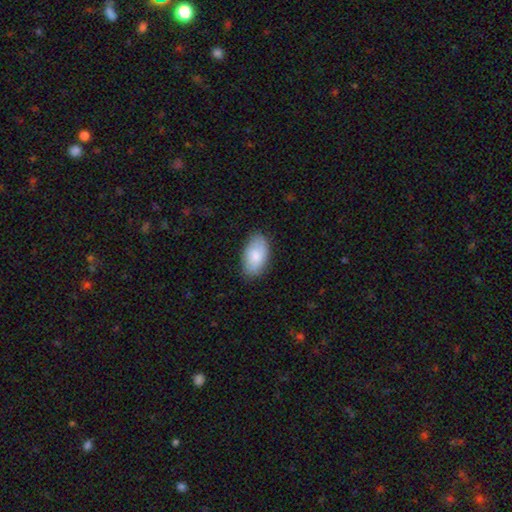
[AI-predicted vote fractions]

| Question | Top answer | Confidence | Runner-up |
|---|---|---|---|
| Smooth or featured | smooth | 82% | featured or disk (12%) |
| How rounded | in between | 95% | round (3%) |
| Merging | none | 82% | minor disturbance (14%) |